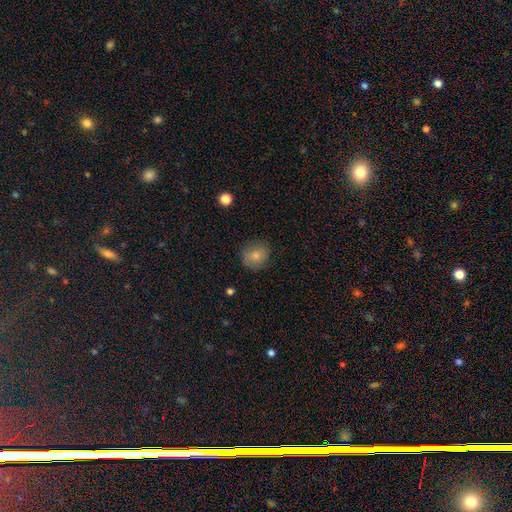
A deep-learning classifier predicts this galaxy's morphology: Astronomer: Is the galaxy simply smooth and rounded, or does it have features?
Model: smooth — 79%.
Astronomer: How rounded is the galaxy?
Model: round — 80%.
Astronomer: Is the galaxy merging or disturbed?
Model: none — 80%.